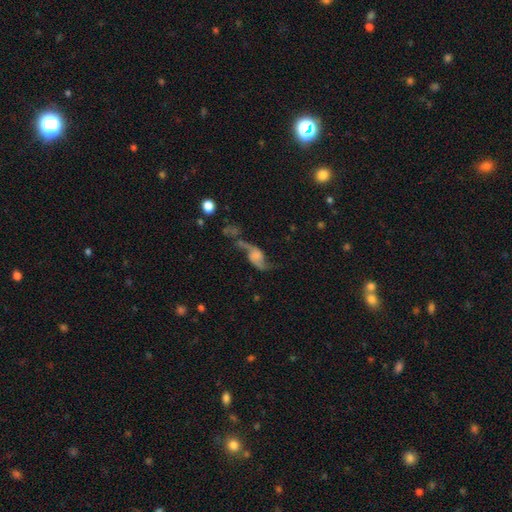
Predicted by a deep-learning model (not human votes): Smooth or featured? featured or disk (76%)
Edge-on disk? no (94%)
Bar? no (58%)
Spiral arms? yes (92%)
Spiral winding? loose (89%)
Spiral arm count? 2 (90%)
Bulge size? none (49%)
Merging? none (44%)